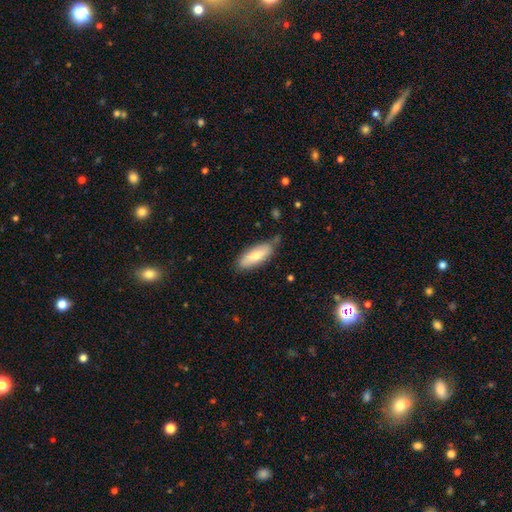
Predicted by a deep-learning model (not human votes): Overall: smooth (73%). How rounded: in between (70%). Merging: none (73%).